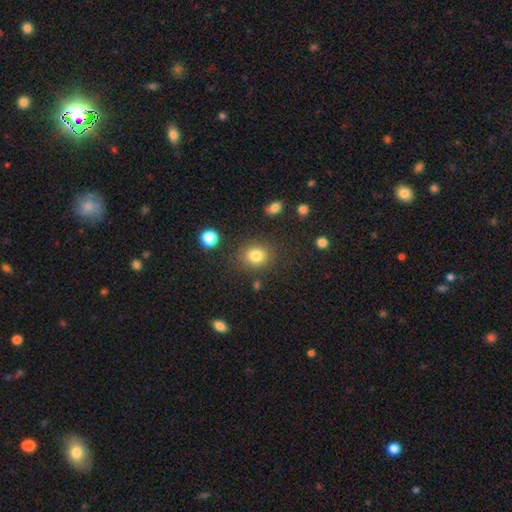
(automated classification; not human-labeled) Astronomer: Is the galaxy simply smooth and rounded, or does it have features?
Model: smooth — 82%.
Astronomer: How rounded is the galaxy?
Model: round — 74%.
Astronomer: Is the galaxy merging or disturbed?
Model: none — 83%.